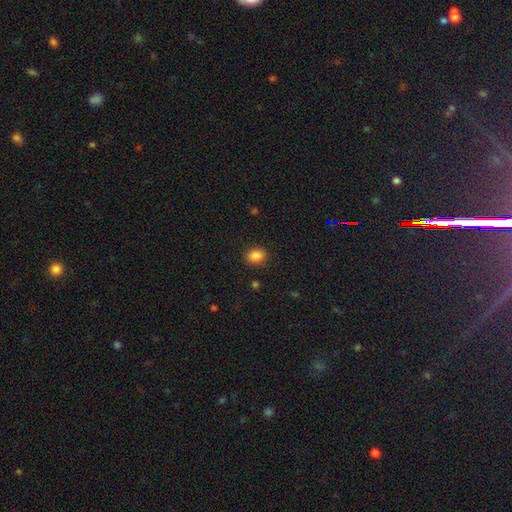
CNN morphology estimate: The model was most divided on "how rounded": in between: 59%, round: 40%, cigar-shaped: 1%. More confident: merging — none (88%); smooth or featured — smooth (87%).